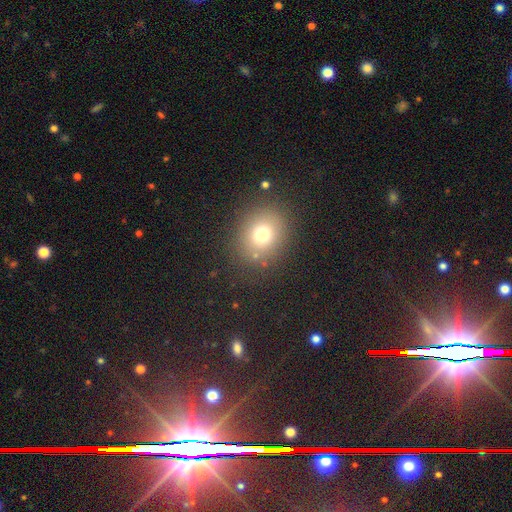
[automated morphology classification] smooth_or_featured: smooth (p=0.73) [alt: star or artifact p=0.17]
how_rounded: round (p=0.68) [alt: in between p=0.31]
merging: none (p=0.86) [alt: minor disturbance p=0.08]